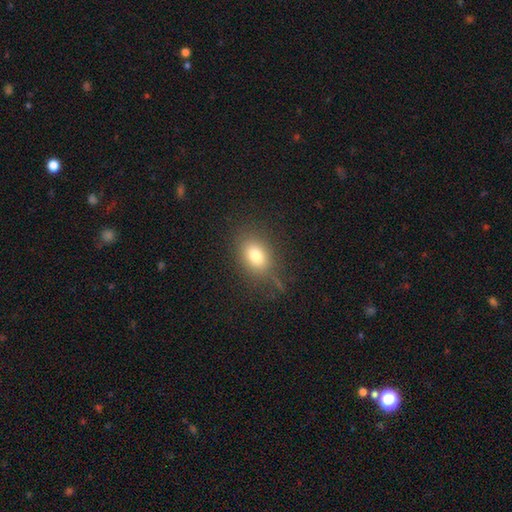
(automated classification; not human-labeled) smooth-or-featured: smooth: 78% | star or artifact: 11% | featured or disk: 10%
  how-rounded: in between: 71% | round: 27% | cigar-shaped: 2%
  merging: none: 77% | minor disturbance: 14% | major disturbance: 7% | merger: 2%